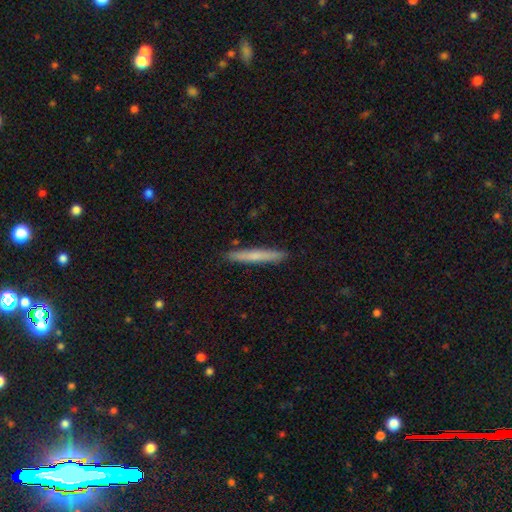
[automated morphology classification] The model was most divided on "smooth or featured": smooth: 62%, featured or disk: 32%, star or artifact: 6%. More confident: how rounded — cigar-shaped (96%); merging — none (91%).